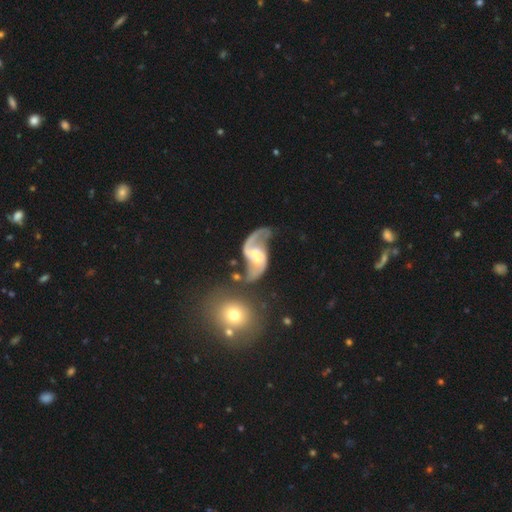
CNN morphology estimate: A featured or disk galaxy (87%) with no bar (46%), 2 (88%) loose (69%) spiral arms (94%) and a small central bulge (46%). Merging: merger (40%).